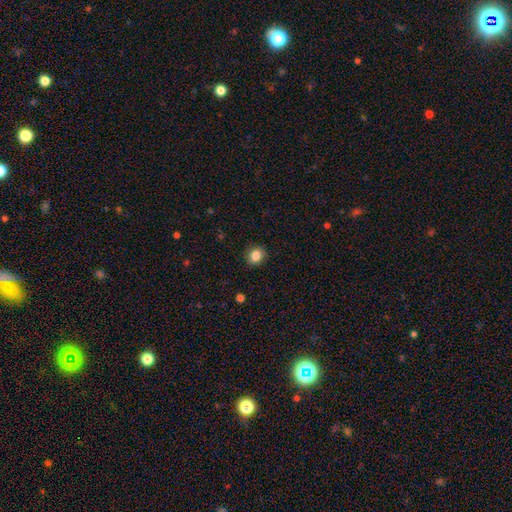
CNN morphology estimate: The model was most divided on "how rounded": round: 70%, in between: 29%, cigar-shaped: 1%. More confident: merging — none (88%); smooth or featured — smooth (84%).